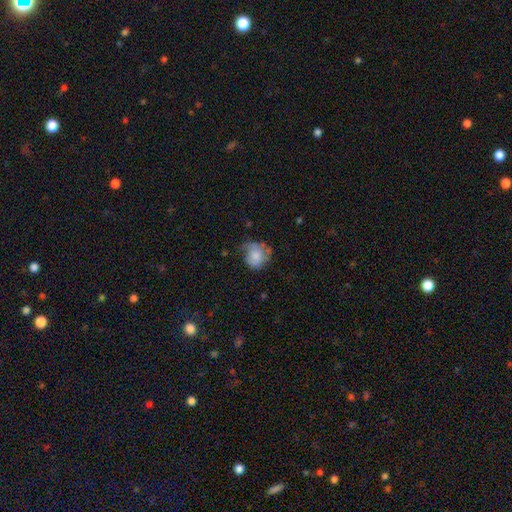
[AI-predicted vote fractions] A smooth galaxy with no disk features (70%) that is round (74%). Merging: none (41%).